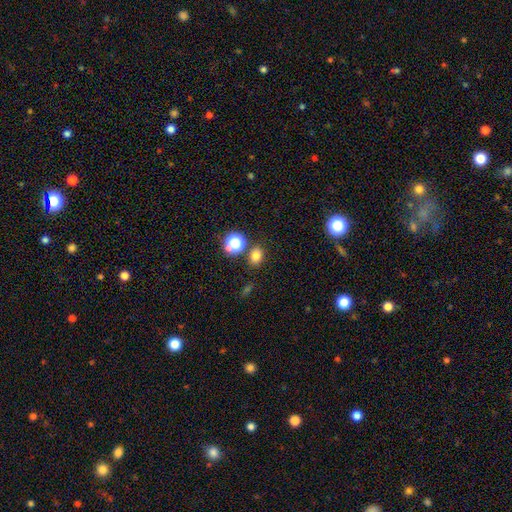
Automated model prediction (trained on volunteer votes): smooth 76%, star or artifact 18%, featured or disk 7%. Down the decision tree: how rounded — in between (51%); merging — none (79%).